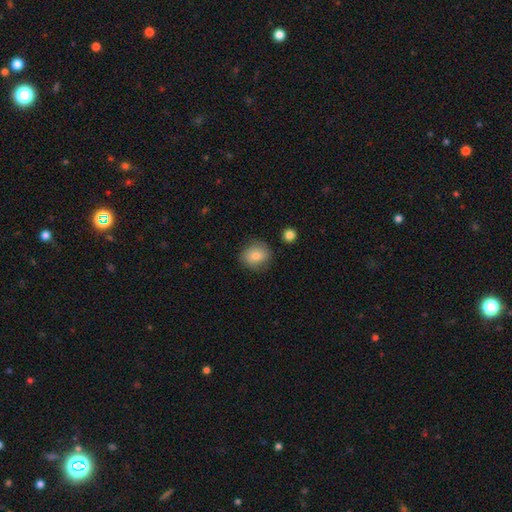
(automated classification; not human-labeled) Smooth or featured? Predicted: smooth (p=0.76). How rounded? Predicted: round (p=0.75). Merging? Predicted: none (p=0.79).